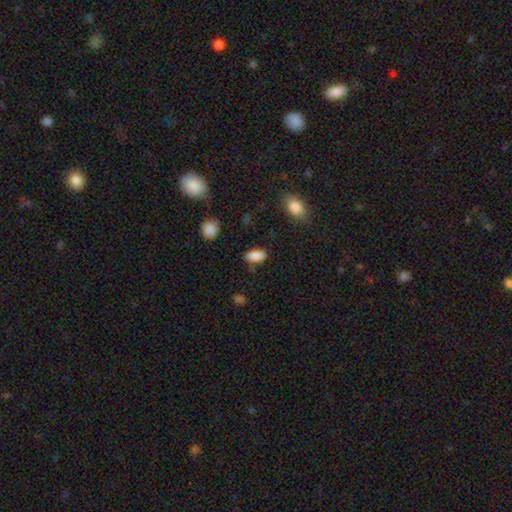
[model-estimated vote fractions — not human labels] smooth-or-featured: smooth: 87% | star or artifact: 8% | featured or disk: 4%
  how-rounded: in between: 93% | round: 5% | cigar-shaped: 3%
  merging: none: 80% | minor disturbance: 15% | major disturbance: 4% | merger: 2%